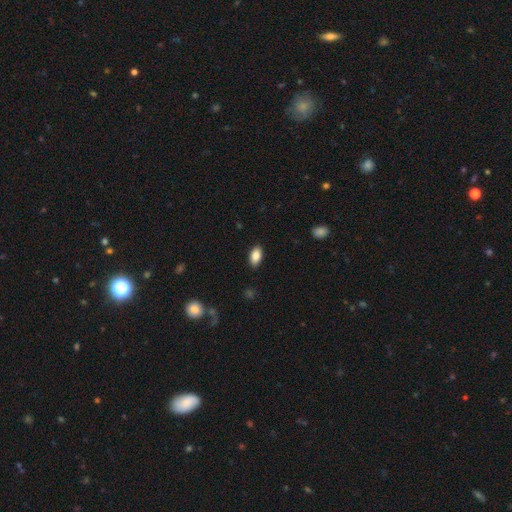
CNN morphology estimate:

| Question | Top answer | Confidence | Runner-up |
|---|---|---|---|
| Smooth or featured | smooth | 87% | star or artifact (7%) |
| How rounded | in between | 93% | round (4%) |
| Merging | none | 88% | minor disturbance (9%) |